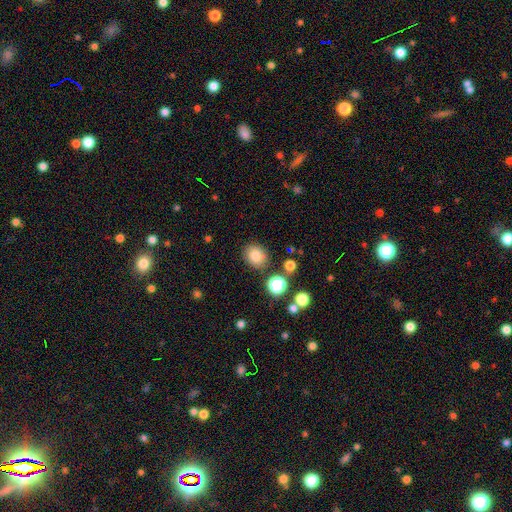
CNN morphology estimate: smooth 82%, star or artifact 12%, featured or disk 7%. Down the decision tree: how rounded — round (63%); merging — none (82%).